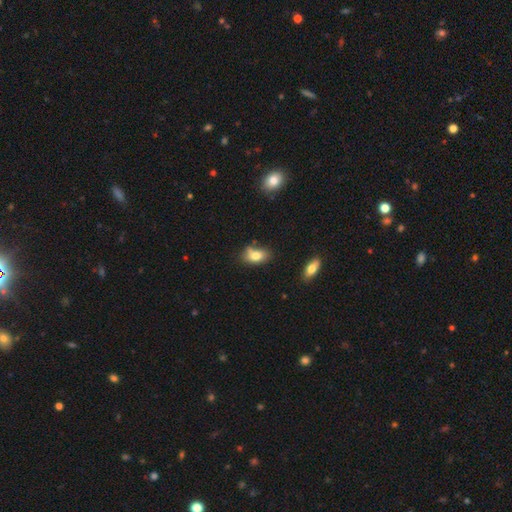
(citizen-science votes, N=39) This appears to be a smooth galaxy with no disk features (79%) that is in between round and cigar-shaped (87%). Merging: none (80%).